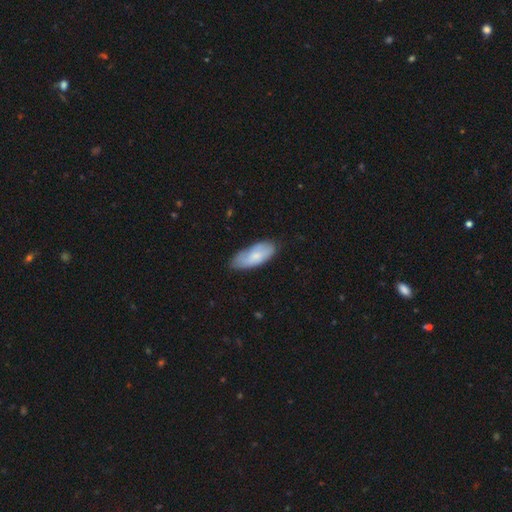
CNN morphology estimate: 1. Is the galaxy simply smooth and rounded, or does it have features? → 74% smooth, 20% featured or disk, 6% star or artifact.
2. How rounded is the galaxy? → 83% in between, 15% cigar-shaped, 2% round.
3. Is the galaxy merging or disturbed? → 69% none, 26% minor disturbance, 4% major disturbance, 2% merger.